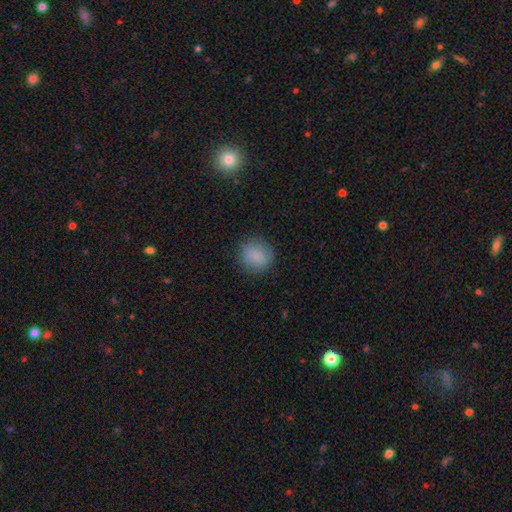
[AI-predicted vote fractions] The model was most divided on "how rounded": round: 84%, in between: 15%, cigar-shaped: 1%. More confident: smooth or featured — smooth (85%); merging — none (83%).